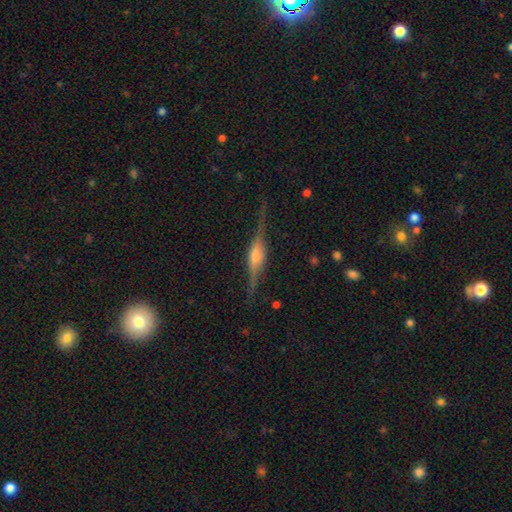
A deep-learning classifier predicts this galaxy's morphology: featured or disk 82%, smooth 11%, star or artifact 7%. Down the decision tree: edge-on disk — yes (97%); edge-on bulge — rounded (80%); merging — none (84%).